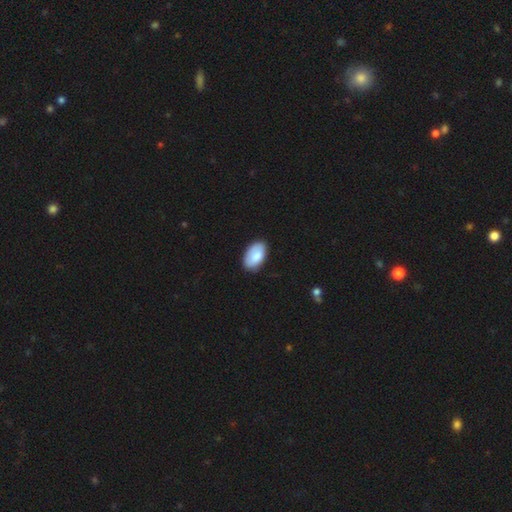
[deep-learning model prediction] Smooth or featured: smooth — 85% (featured or disk — 9%)
How rounded: in between — 95% (round — 4%)
Merging: none — 79% (minor disturbance — 17%)